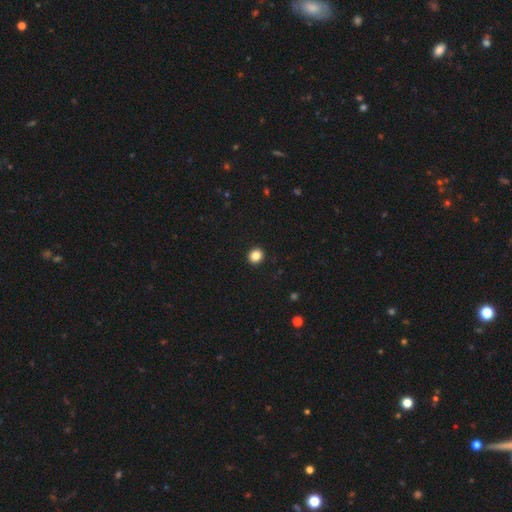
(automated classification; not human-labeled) The model was most divided on "how rounded": round: 78%, in between: 21%, cigar-shaped: 1%. More confident: merging — none (93%); smooth or featured — smooth (86%).